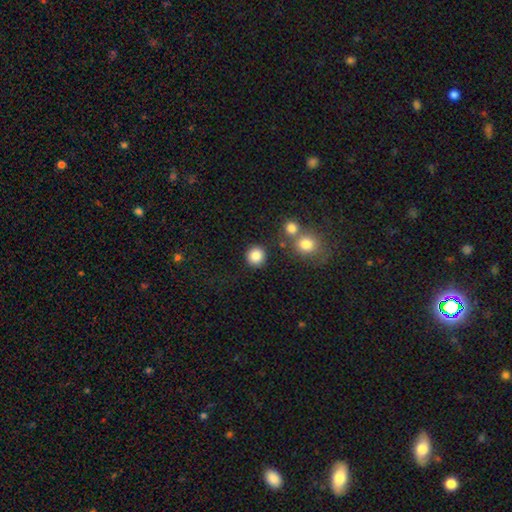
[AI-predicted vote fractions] A smooth galaxy with no disk features (85%) that is round (92%).

Vote fractions:
- Smooth or featured? smooth: 85% / star or artifact: 10% / featured or disk: 4%
- How rounded? round: 92% / in between: 7% / cigar-shaped: 1%
- Merging? none: 86% / minor disturbance: 6% / merger: 5% / major disturbance: 3%